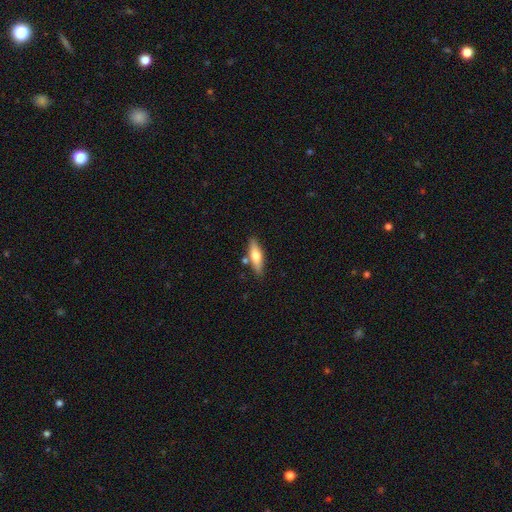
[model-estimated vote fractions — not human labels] This appears to be a smooth galaxy with no disk features (56%) that is cigar-shaped (59%). Merging: none (78%).